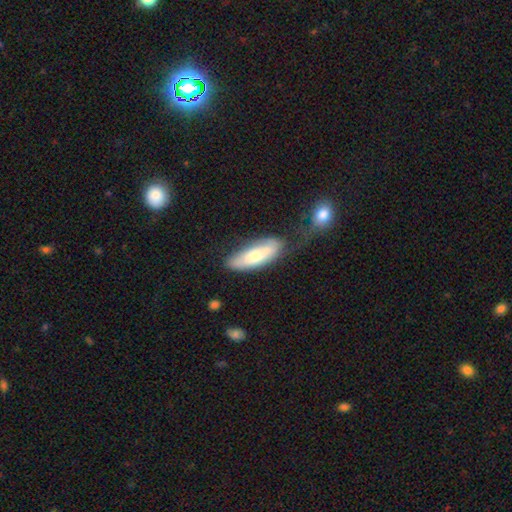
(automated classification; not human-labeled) smooth_or_featured: smooth (p=0.66) [alt: featured or disk p=0.28]
how_rounded: in between (p=0.60) [alt: cigar-shaped p=0.38]
merging: none (p=0.53) [alt: minor disturbance p=0.26]